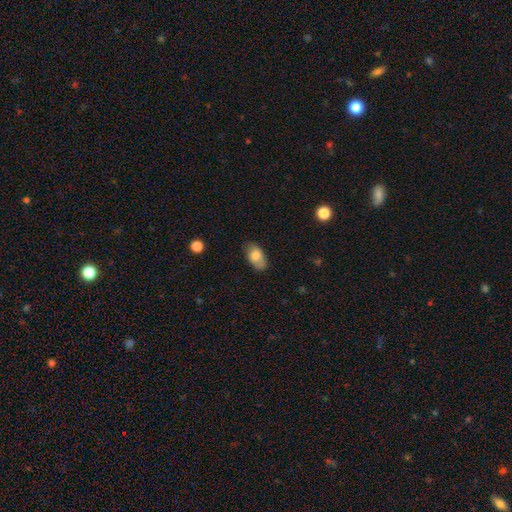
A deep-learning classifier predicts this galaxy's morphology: This is likely a smooth galaxy (80%). How rounded: clearly in between (91%). Merging: likely none (75%).